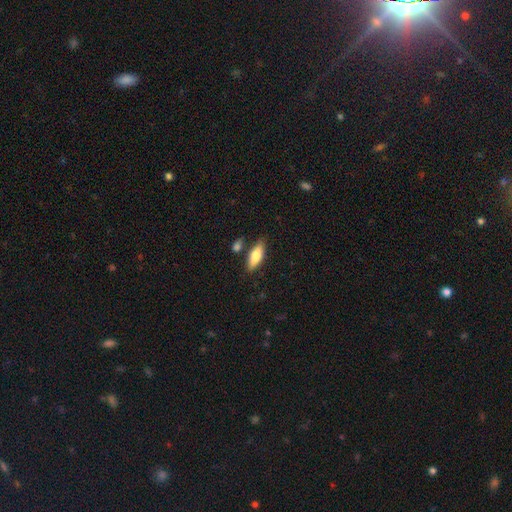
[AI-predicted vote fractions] Smooth or featured: smooth — 74% (featured or disk — 20%)
How rounded: in between — 69% (cigar-shaped — 29%)
Merging: none — 76% (minor disturbance — 13%)